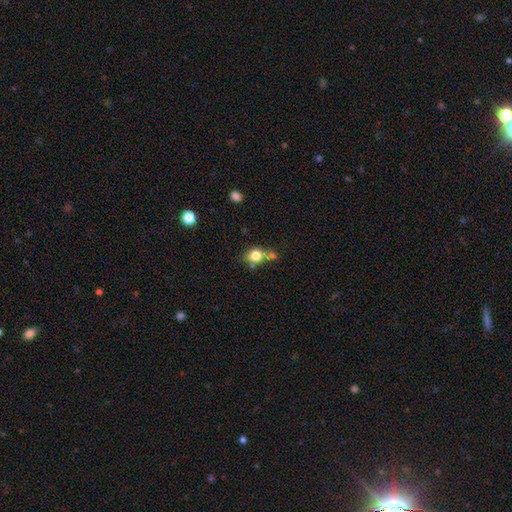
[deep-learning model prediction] The model was most divided on "merging": none: 46%, merger: 32%, minor disturbance: 16%, major disturbance: 6%. More confident: smooth or featured — smooth (78%); how rounded — round (68%).